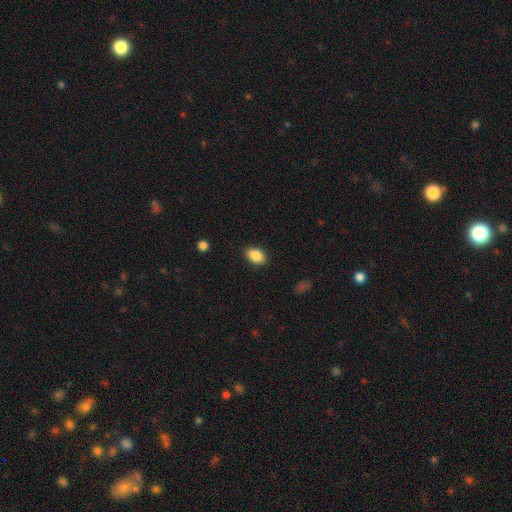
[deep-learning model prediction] Q: Smooth or featured?
A: smooth (88%); runner-up: star or artifact (8%)
Q: How rounded?
A: in between (86%); runner-up: round (13%)
Q: Merging?
A: none (89%); runner-up: minor disturbance (8%)